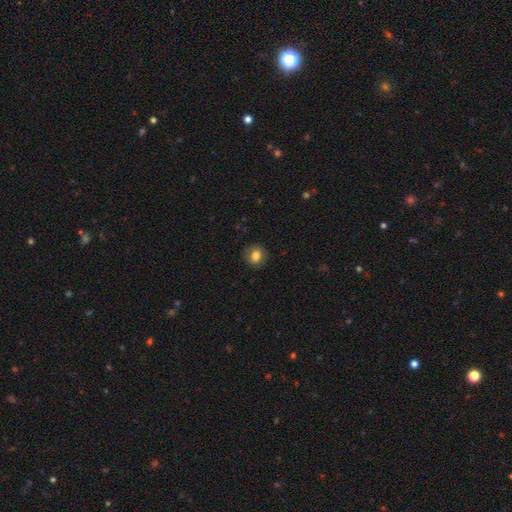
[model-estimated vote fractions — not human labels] smooth-or-featured: smooth: 81% | star or artifact: 9% | featured or disk: 9%
  how-rounded: round: 80% | in between: 19% | cigar-shaped: 1%
  merging: none: 87% | minor disturbance: 10% | major disturbance: 3% | merger: 1%